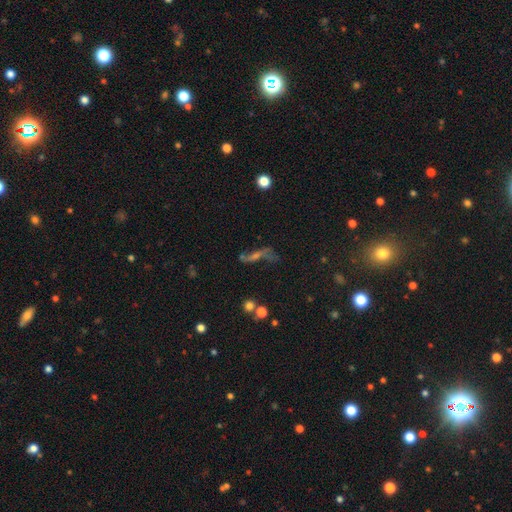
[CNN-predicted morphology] featured or disk 46%, star or artifact 27%, smooth 27%. Down the decision tree: merging — none (46%).